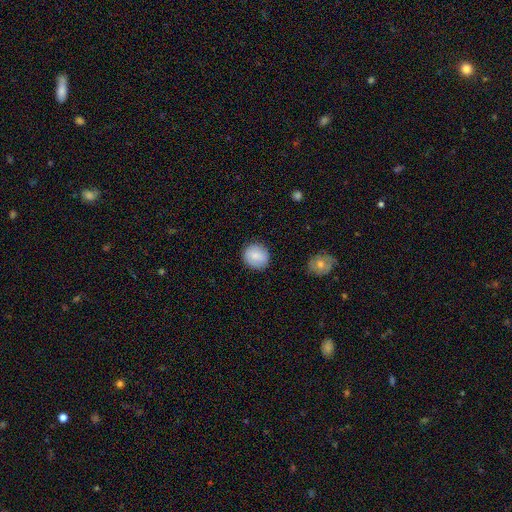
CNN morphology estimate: Smooth or featured? Predicted: smooth (p=0.83). How rounded? Predicted: round (p=0.83). Merging? Predicted: none (p=0.87).